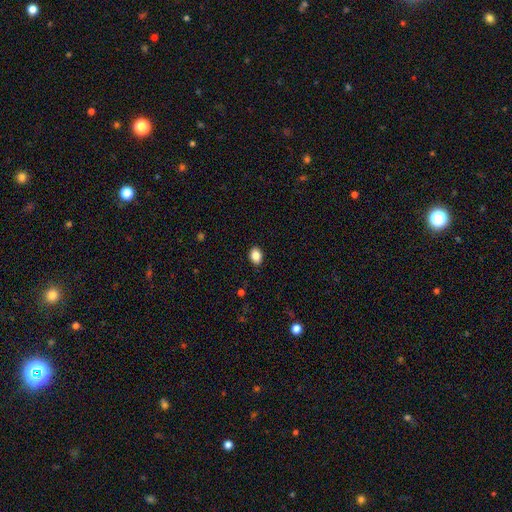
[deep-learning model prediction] The model was most divided on "how rounded": in between: 71%, round: 28%, cigar-shaped: 1%. More confident: merging — none (90%); smooth or featured — smooth (87%).